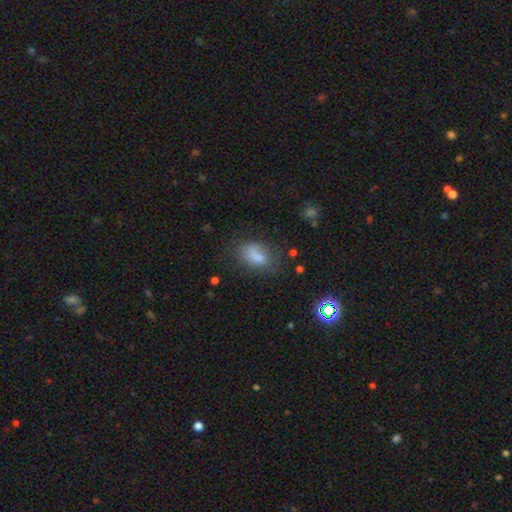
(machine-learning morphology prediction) Q: Smooth or featured?
A: smooth (75%); runner-up: featured or disk (14%)
Q: How rounded?
A: in between (87%); runner-up: round (10%)
Q: Merging?
A: none (51%); runner-up: minor disturbance (28%)